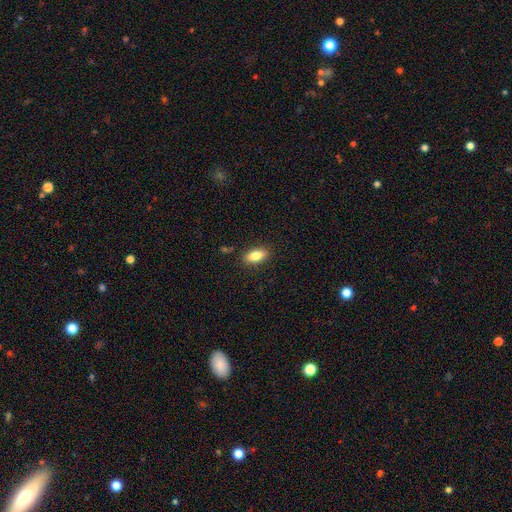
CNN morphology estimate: Q: Smooth or featured?
A: smooth (84%); runner-up: featured or disk (9%)
Q: How rounded?
A: in between (85%); runner-up: cigar-shaped (12%)
Q: Merging?
A: none (87%); runner-up: minor disturbance (10%)